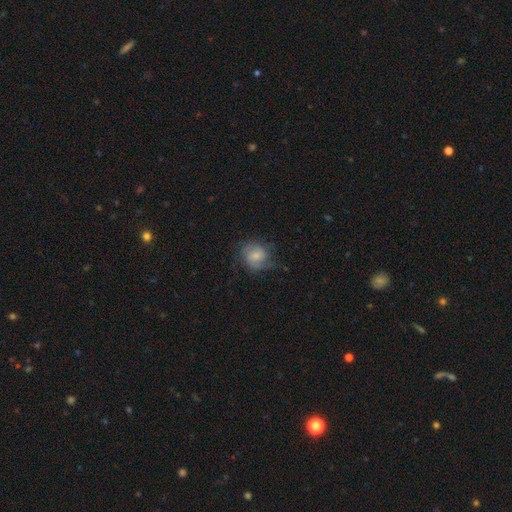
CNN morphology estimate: smooth_or_featured: featured or disk (p=0.52) [alt: smooth p=0.40]
disk_edge_on: no (p=0.97) [alt: yes p=0.03]
bar: no (p=0.59) [alt: weak p=0.35]
has_spiral_arms: yes (p=0.86) [alt: no p=0.14]
bulge_size: small (p=0.49) [alt: moderate p=0.34]
merging: none (p=0.60) [alt: minor disturbance p=0.24]